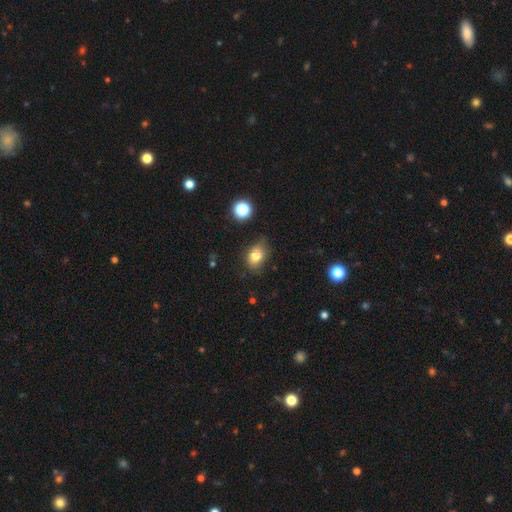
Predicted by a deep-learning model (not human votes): Smooth or featured? Predicted: smooth (p=0.80). How rounded? Predicted: in between (p=0.67). Merging? Predicted: none (p=0.73).